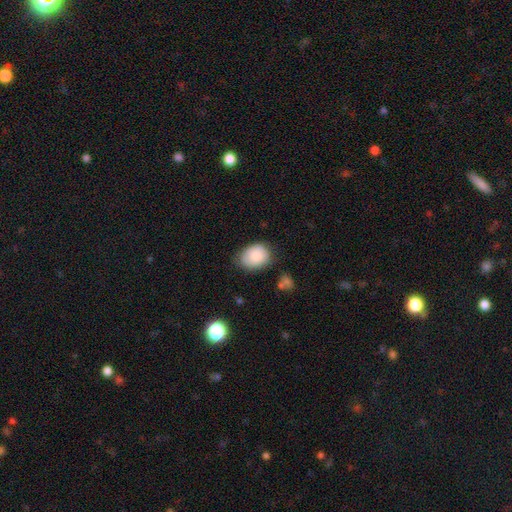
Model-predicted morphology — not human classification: This is clearly a smooth galaxy (82%). How rounded: possibly in between (60%). Merging: likely none (66%).